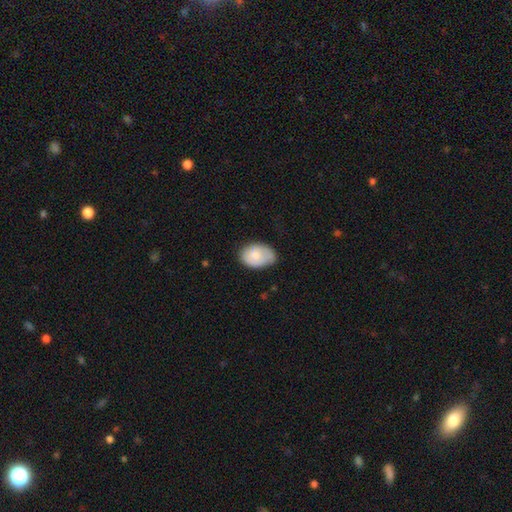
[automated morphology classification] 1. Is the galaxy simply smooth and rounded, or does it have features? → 76% smooth, 17% featured or disk, 6% star or artifact.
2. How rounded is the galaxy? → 84% in between, 15% round, 1% cigar-shaped.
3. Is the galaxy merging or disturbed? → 56% none, 34% minor disturbance, 8% major disturbance, 2% merger.